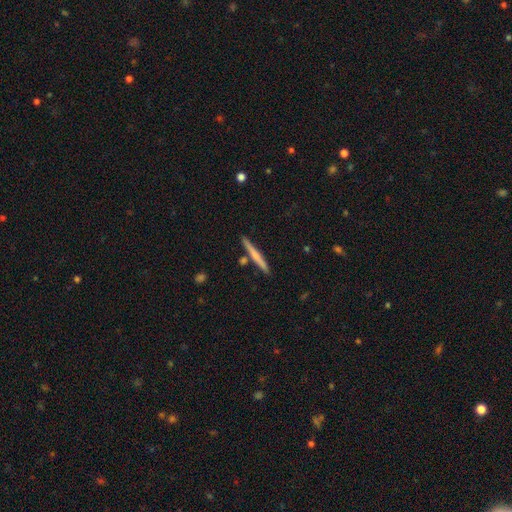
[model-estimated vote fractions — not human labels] A smooth galaxy with no disk features (54%) that is cigar-shaped (96%). Merging: none (85%).